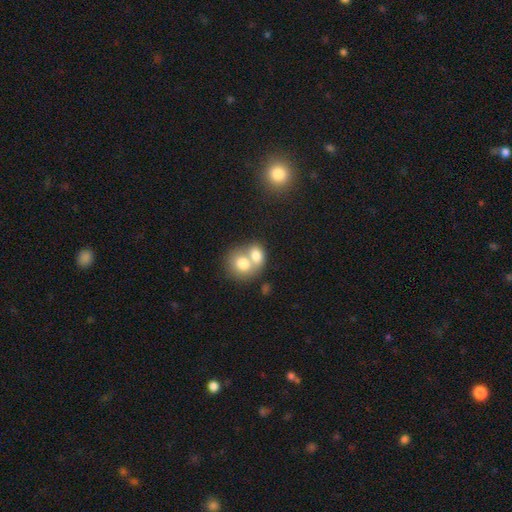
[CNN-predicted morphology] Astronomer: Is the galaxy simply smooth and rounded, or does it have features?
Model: smooth — 73%.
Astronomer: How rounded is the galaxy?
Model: round — 50% (runner-up: in between, 49%).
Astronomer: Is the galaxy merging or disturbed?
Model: merger — 71%.